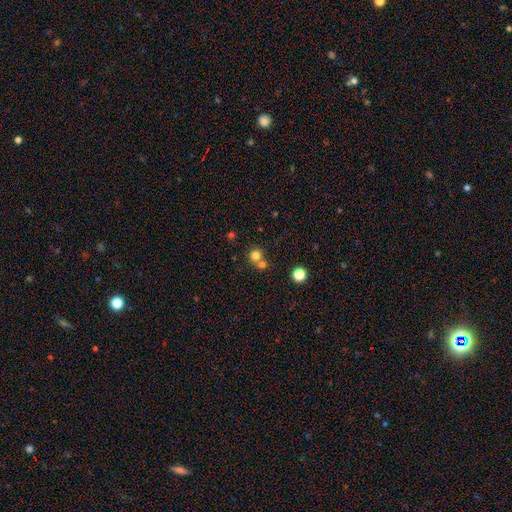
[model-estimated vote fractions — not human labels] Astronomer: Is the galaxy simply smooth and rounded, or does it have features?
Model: smooth — 77%.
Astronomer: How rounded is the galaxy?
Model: round — 89%.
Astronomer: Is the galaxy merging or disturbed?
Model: none — 51% (runner-up: merger, 41%).